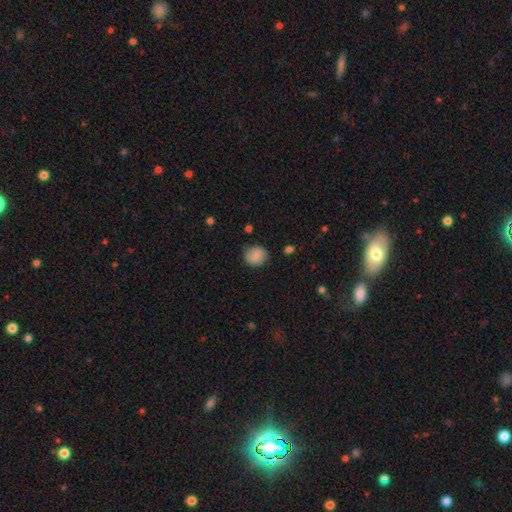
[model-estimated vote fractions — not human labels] A smooth galaxy with no disk features (85%) that is round (77%). Merging: none (81%).